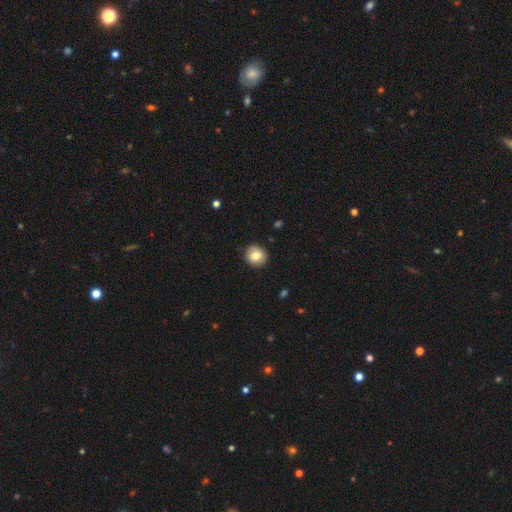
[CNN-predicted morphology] This is likely a smooth galaxy (79%). How rounded: clearly round (87%). Merging: clearly none (89%).